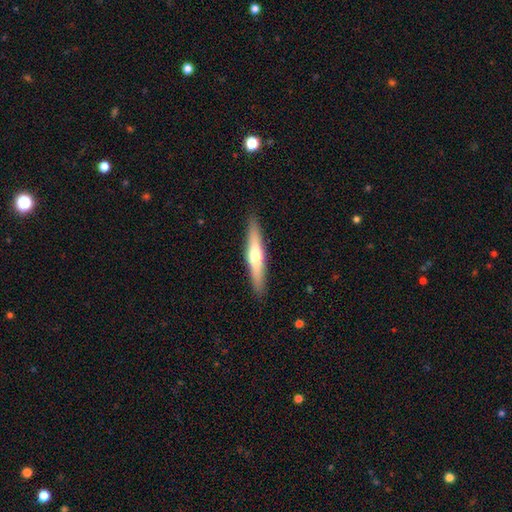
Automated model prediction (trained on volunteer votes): Smooth or featured? featured or disk (50%)
Edge-on disk? yes (93%)
Merging? none (91%)